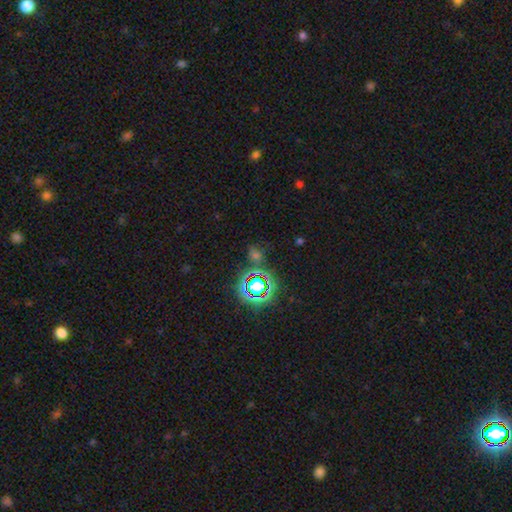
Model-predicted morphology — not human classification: Smooth or featured? star or artifact (57%)